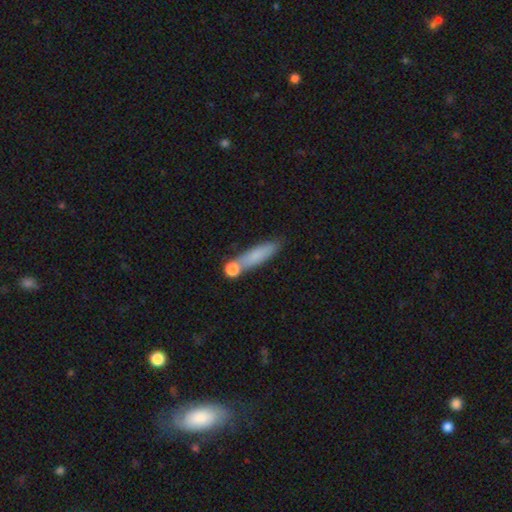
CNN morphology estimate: smooth 76%, featured or disk 16%, star or artifact 8%. Down the decision tree: how rounded — cigar-shaped (74%); merging — none (65%).